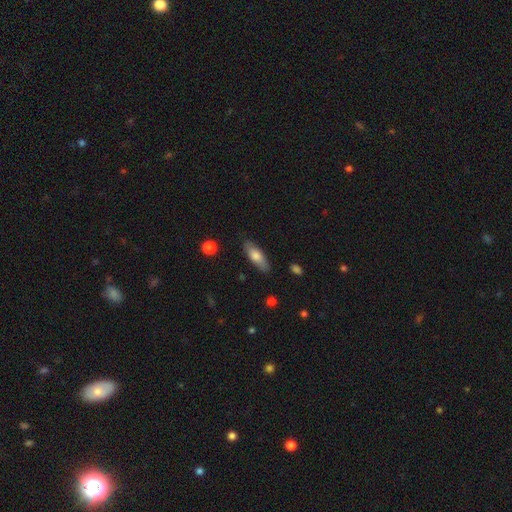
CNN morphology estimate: This is likely a smooth galaxy (69%). How rounded: likely in between (63%). Merging: clearly none (84%).